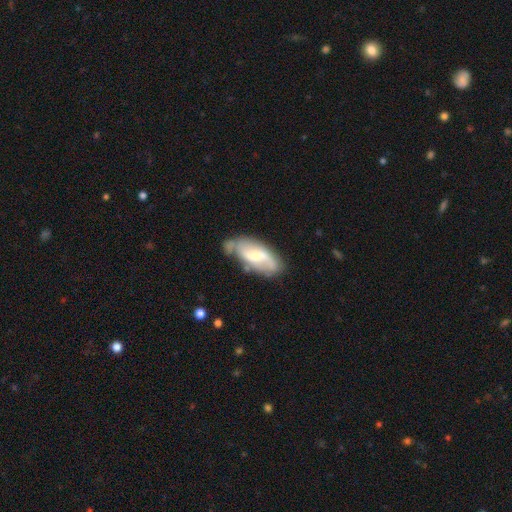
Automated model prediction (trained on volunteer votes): Q: Smooth or featured?
A: featured or disk (65%); runner-up: smooth (29%)
Q: Edge-on disk?
A: no (92%); runner-up: yes (8%)
Q: Bar?
A: weak (48%); runner-up: no (30%)
Q: Spiral arms?
A: yes (82%); runner-up: no (18%)
Q: Bulge size?
A: moderate (50%); runner-up: small (41%)
Q: Merging?
A: none (56%); runner-up: minor disturbance (25%)